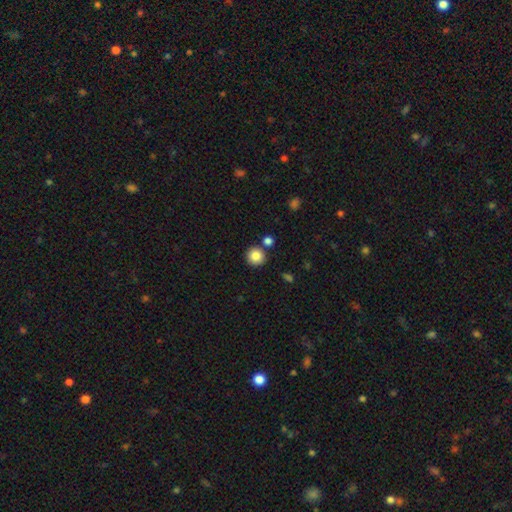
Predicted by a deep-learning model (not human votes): Morphology: type=smooth (84%); roundness=round (94%); merging=none (82%).